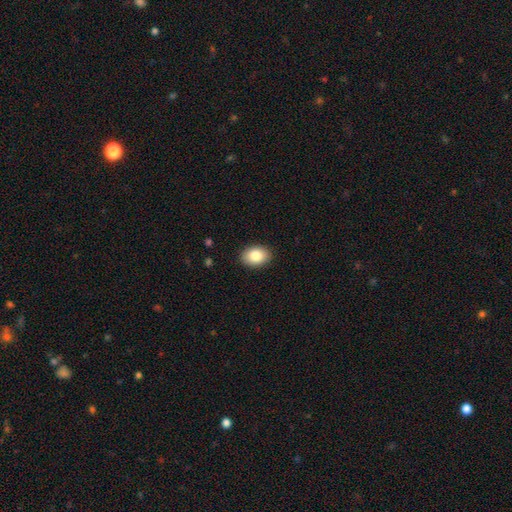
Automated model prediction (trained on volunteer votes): Smooth or featured: smooth — 84% (featured or disk — 8%)
How rounded: in between — 81% (round — 18%)
Merging: none — 89% (minor disturbance — 8%)